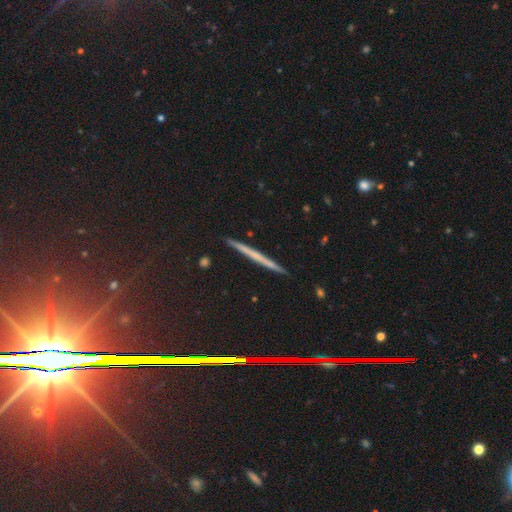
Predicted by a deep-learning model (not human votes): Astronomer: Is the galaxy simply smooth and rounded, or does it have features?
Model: featured or disk — 46% (runner-up: smooth, 39%).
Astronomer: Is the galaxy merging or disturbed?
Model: none — 90%.